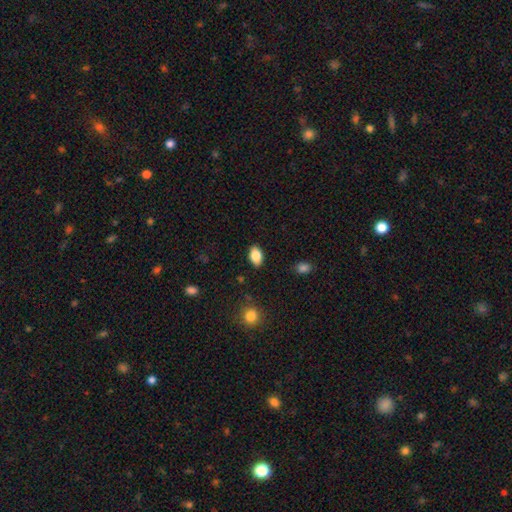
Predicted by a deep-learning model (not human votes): smooth_or_featured: smooth (p=0.82) [alt: featured or disk p=0.10]
how_rounded: in between (p=0.89) [alt: round p=0.09]
merging: none (p=0.86) [alt: minor disturbance p=0.10]